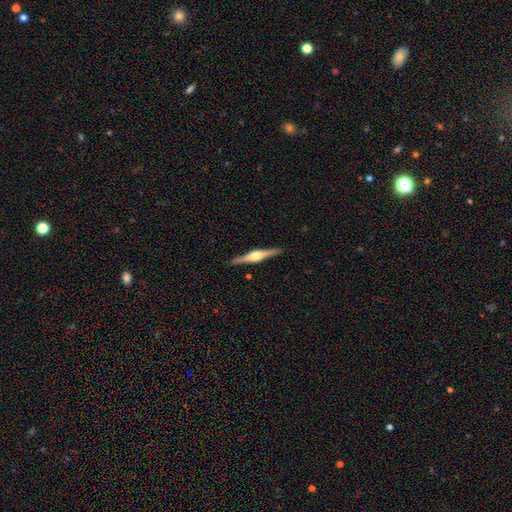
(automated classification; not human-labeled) The model was most divided on "smooth or featured": featured or disk: 78%, smooth: 17%, star or artifact: 5%. More confident: edge-on disk — yes (98%); merging — none (91%); edge-on bulge — rounded (90%).